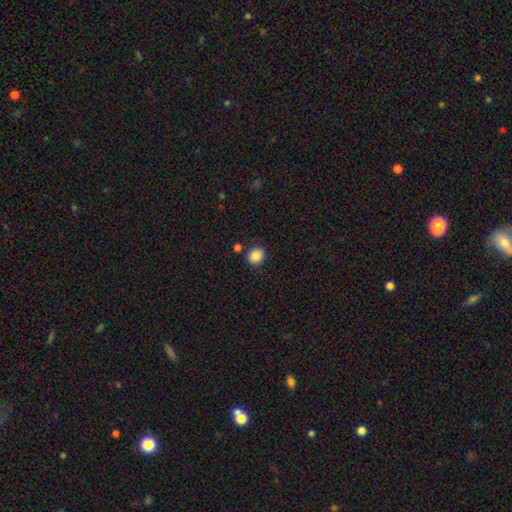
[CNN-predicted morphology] Overall: smooth (87%). How rounded: round (85%). Merging: none (84%).